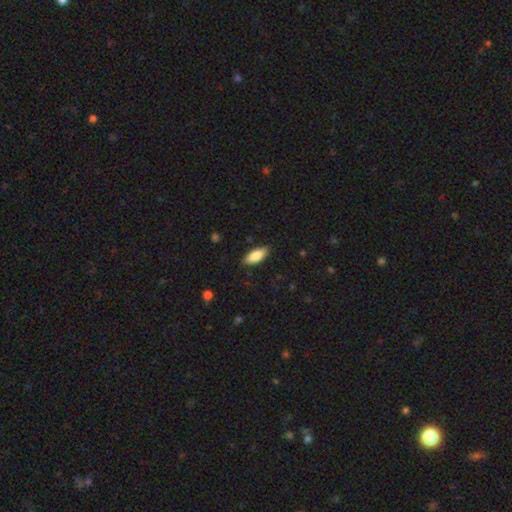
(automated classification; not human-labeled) This appears to be a smooth galaxy with no disk features (84%) that is in between round and cigar-shaped (79%). Merging: none (85%).